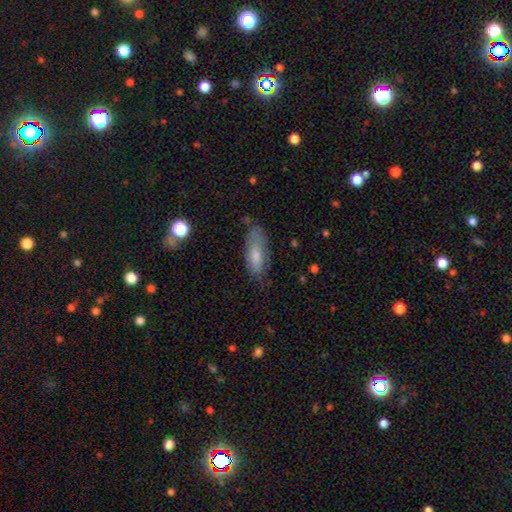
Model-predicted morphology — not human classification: smooth_or_featured: smooth (p=0.68) [alt: featured or disk p=0.24]
how_rounded: in between (p=0.64) [alt: cigar-shaped p=0.33]
merging: none (p=0.62) [alt: minor disturbance p=0.27]